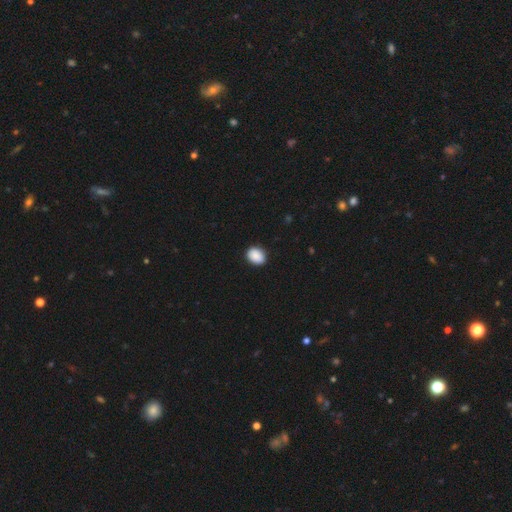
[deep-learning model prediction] The model was most divided on "how rounded": in between: 63%, round: 36%, cigar-shaped: 1%. More confident: smooth or featured — smooth (90%); merging — none (89%).